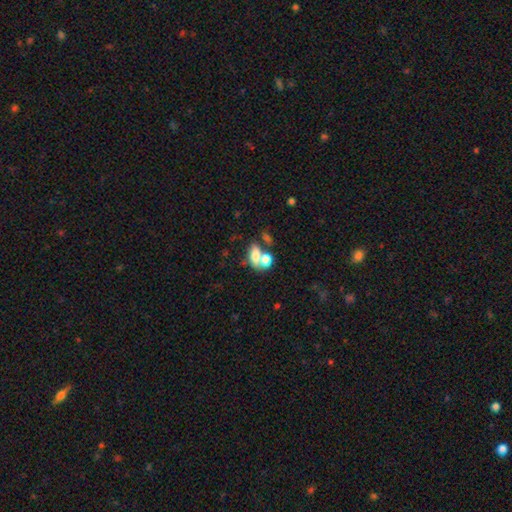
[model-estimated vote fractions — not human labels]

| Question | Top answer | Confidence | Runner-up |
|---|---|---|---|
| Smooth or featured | smooth | 68% | featured or disk (20%) |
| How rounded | in between | 79% | round (16%) |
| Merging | merger | 55% | none (28%) |